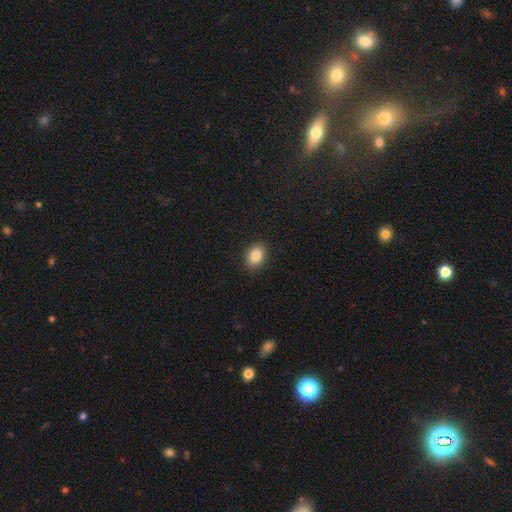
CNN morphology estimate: Smooth or featured? Predicted: smooth (p=0.87). How rounded? Predicted: in between (p=0.67). Merging? Predicted: none (p=0.90).